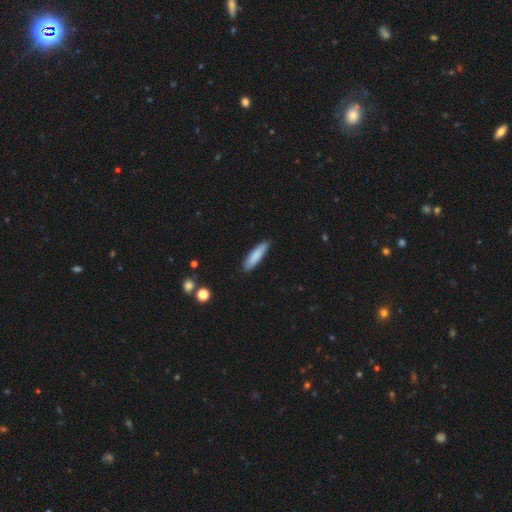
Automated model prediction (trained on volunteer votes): A smooth galaxy with no disk features (85%) that is cigar-shaped (74%).

Vote fractions:
- Smooth or featured? smooth: 85% / featured or disk: 9% / star or artifact: 6%
- How rounded? cigar-shaped: 74% / in between: 25% / round: 1%
- Merging? none: 88% / minor disturbance: 10% / major disturbance: 2% / merger: 1%